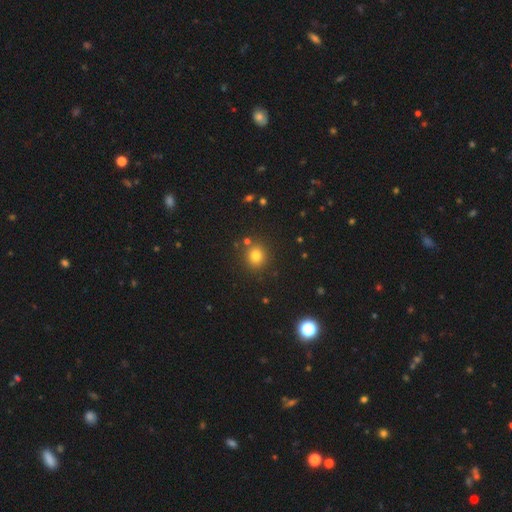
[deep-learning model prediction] Smooth or featured?
  - smooth: 78% *
  - star or artifact: 15%
  - featured or disk: 7%
How rounded?
  - round: 85% *
  - in between: 14%
  - cigar-shaped: 1%
Merging?
  - none: 84% *
  - minor disturbance: 8%
  - merger: 6%
  - major disturbance: 3%